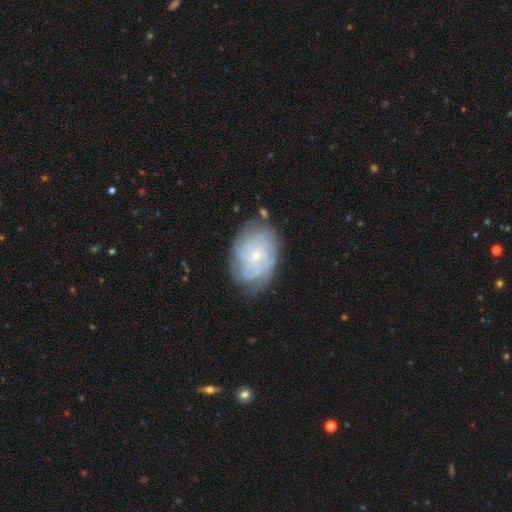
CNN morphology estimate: The model was most divided on "spiral arm count": can't tell: 43%, 4: 20%, 3: 12%, more than 4: 11%, 2: 9%, 1: 5%. More confident: edge-on disk — no (96%); spiral arms — yes (92%); bulge size — small (79%); bar — no (79%); smooth or featured — featured or disk (74%); merging — none (73%); spiral winding — tight (72%).